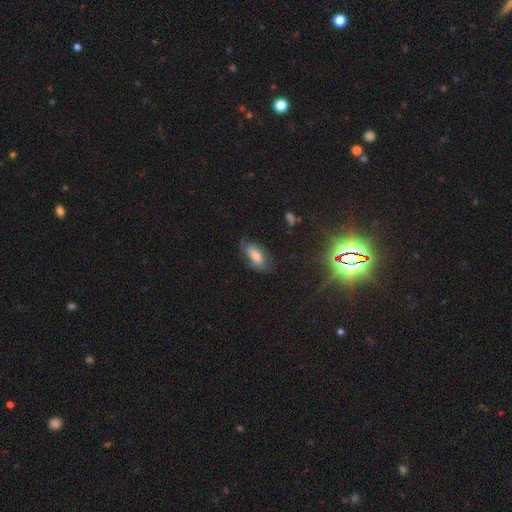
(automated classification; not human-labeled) smooth_or_featured: smooth (p=0.53) [alt: featured or disk p=0.36]
how_rounded: in between (p=0.85) [alt: cigar-shaped p=0.12]
merging: none (p=0.58) [alt: minor disturbance p=0.28]